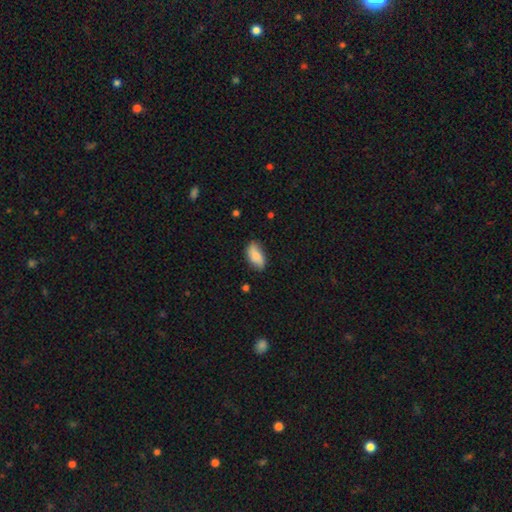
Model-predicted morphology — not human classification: A smooth galaxy with no disk features (76%) that is in between round and cigar-shaped (91%). Merging: none (72%).